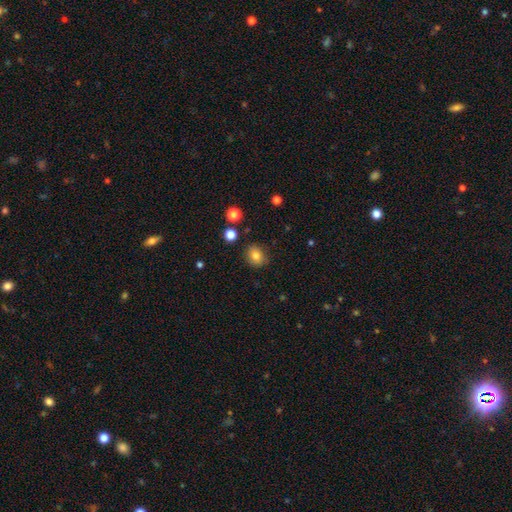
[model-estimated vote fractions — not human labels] Smooth or featured? smooth (80%)
How rounded? round (61%)
Merging? none (83%)